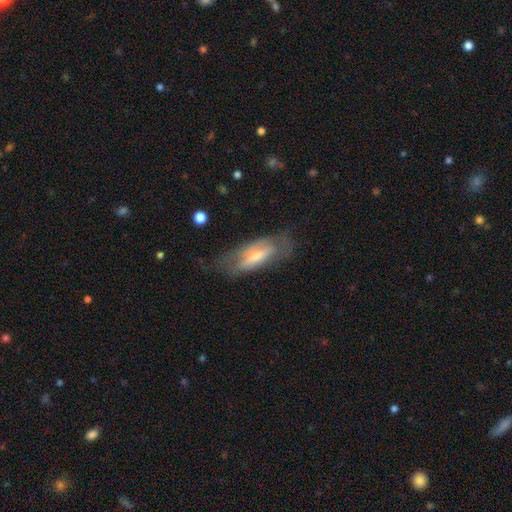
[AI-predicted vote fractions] Smooth or featured? featured or disk (50%)
Merging? none (57%)